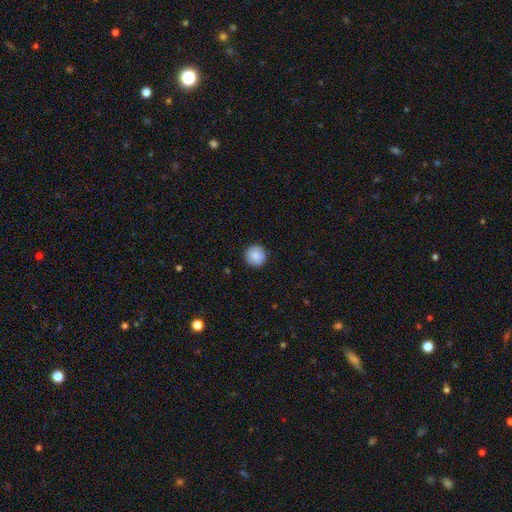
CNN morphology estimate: smooth 86%, star or artifact 8%, featured or disk 7%. Down the decision tree: how rounded — round (95%); merging — none (90%).